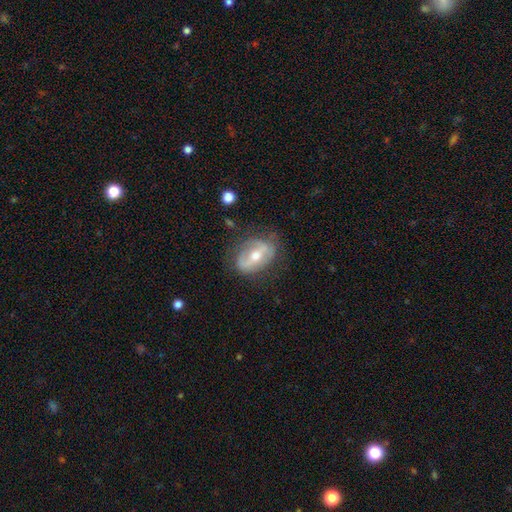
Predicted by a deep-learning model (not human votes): This is likely a featured or disk galaxy (68%). It is clearly not viewed edge-on (90%). Bar: possibly strong (54%). Spiral arm pattern: possibly no (53%). Central bulge: possibly moderate (59%). Merging: likely none (67%).